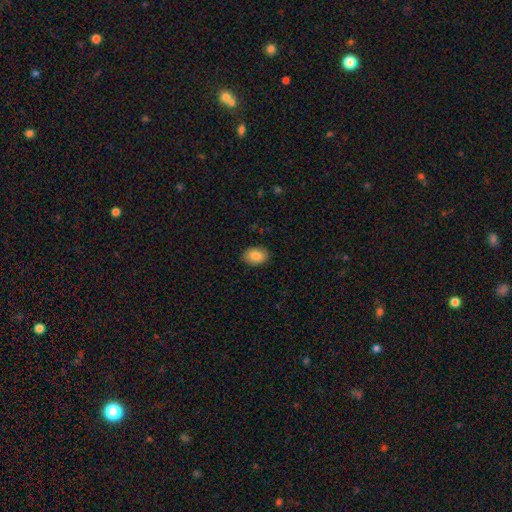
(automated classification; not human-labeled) smooth_or_featured: smooth (p=0.86) [alt: featured or disk p=0.07]
how_rounded: in between (p=0.84) [alt: round p=0.15]
merging: none (p=0.88) [alt: minor disturbance p=0.09]